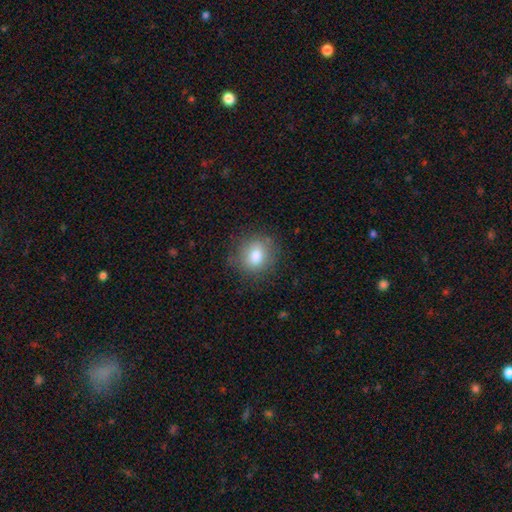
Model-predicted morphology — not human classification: type=smooth (79%); roundness=round (76%); merging=none (82%).